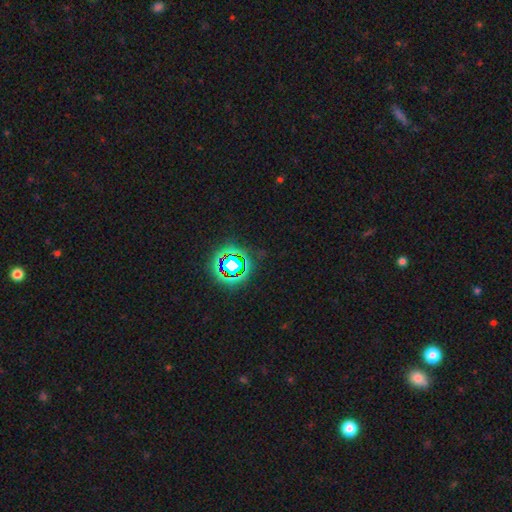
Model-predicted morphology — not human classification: star or artifact 78%, smooth 14%, featured or disk 8%.